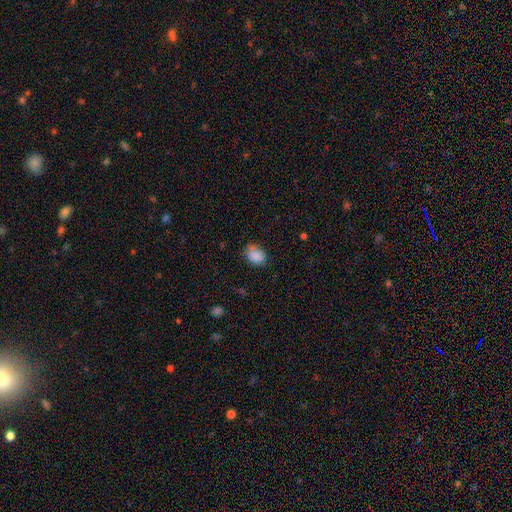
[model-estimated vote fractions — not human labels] A smooth galaxy with no disk features (87%) that is in between round and cigar-shaped (71%). Merging: none (66%).